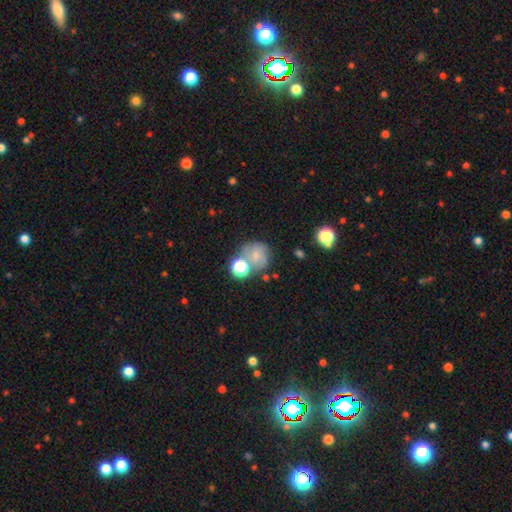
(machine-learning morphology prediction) This appears to be a smooth galaxy with no disk features (45%). Merging: none (49%).